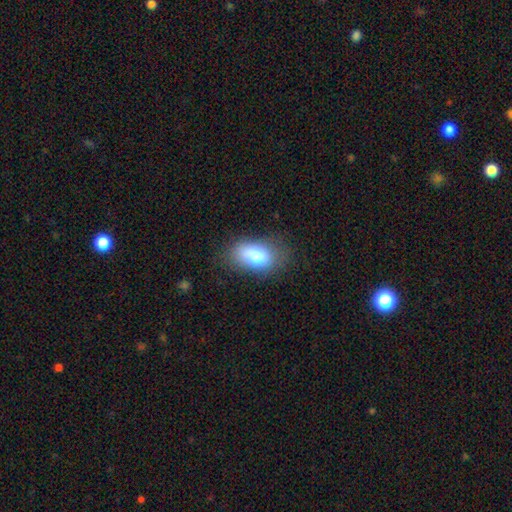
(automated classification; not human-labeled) smooth_or_featured: smooth (p=0.79) [alt: featured or disk p=0.12]
how_rounded: in between (p=0.90) [alt: round p=0.07]
merging: none (p=0.72) [alt: minor disturbance p=0.20]